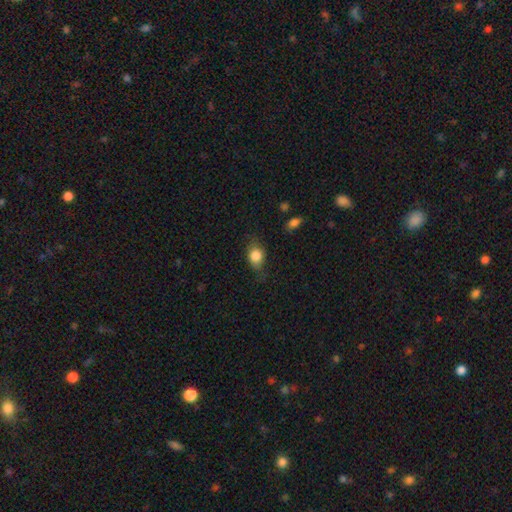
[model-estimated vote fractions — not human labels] Smooth or featured?
  - smooth: 80% *
  - featured or disk: 12%
  - star or artifact: 8%
How rounded?
  - in between: 63% *
  - round: 34%
  - cigar-shaped: 3%
Merging?
  - none: 66% *
  - minor disturbance: 25%
  - major disturbance: 8%
  - merger: 1%